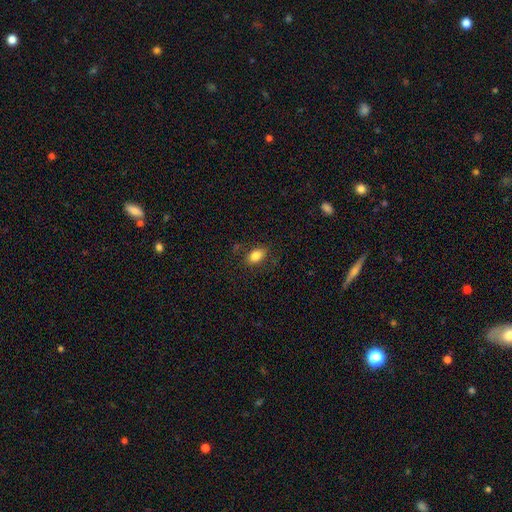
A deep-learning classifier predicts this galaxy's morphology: Smooth or featured? smooth (83%)
How rounded? in between (87%)
Merging? none (80%)